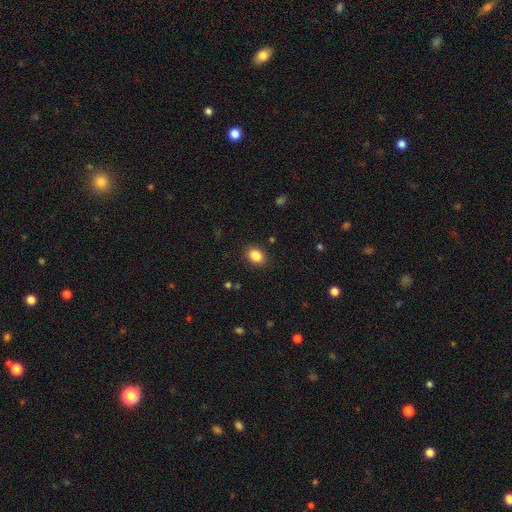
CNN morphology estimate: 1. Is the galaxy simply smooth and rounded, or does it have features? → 86% smooth, 10% star or artifact, 4% featured or disk.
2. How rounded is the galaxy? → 59% in between, 40% round, 1% cigar-shaped.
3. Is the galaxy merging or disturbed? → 88% none, 8% minor disturbance, 3% major disturbance, 1% merger.